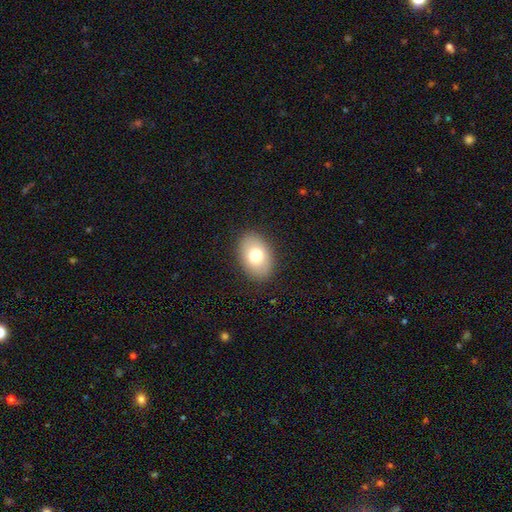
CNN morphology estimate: smooth_or_featured: smooth (p=0.75) [alt: featured or disk p=0.17]
how_rounded: in between (p=0.83) [alt: round p=0.16]
merging: none (p=0.88) [alt: minor disturbance p=0.09]